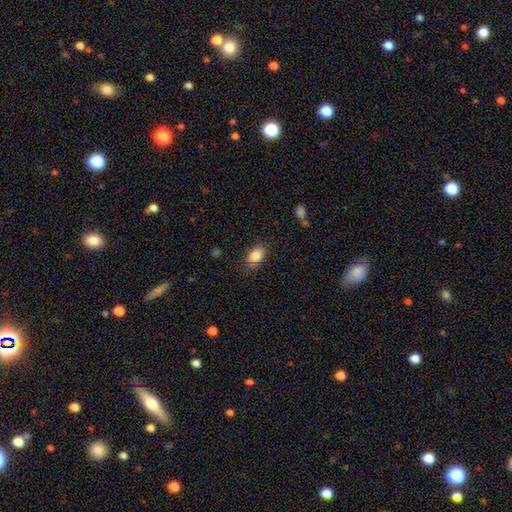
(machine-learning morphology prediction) A smooth galaxy with no disk features (86%) that is in between round and cigar-shaped (84%). Merging: none (80%).